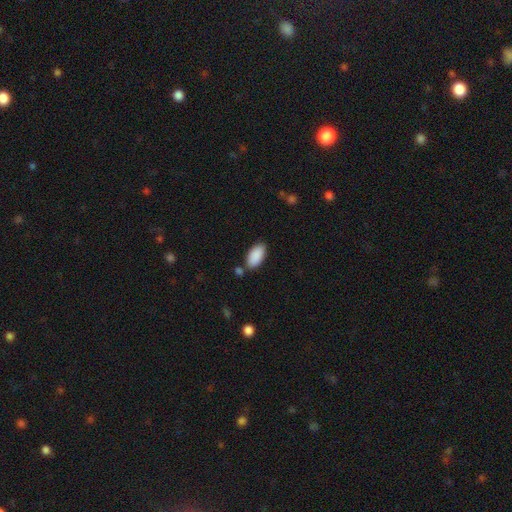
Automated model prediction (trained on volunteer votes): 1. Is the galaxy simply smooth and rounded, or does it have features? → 90% smooth, 6% star or artifact, 4% featured or disk.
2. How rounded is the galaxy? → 94% in between, 4% cigar-shaped, 2% round.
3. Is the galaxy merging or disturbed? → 77% none, 13% minor disturbance, 7% merger, 3% major disturbance.